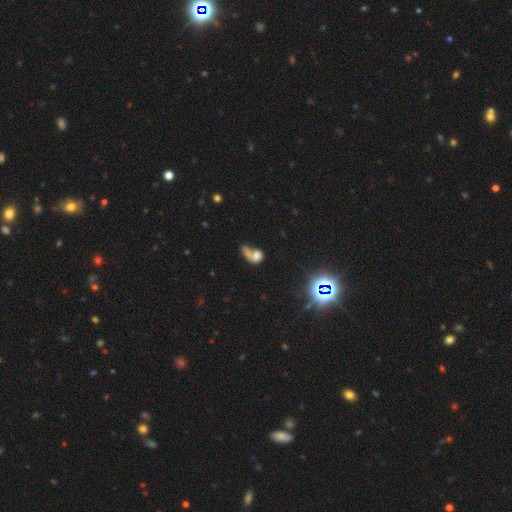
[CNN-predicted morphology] smooth-or-featured: smooth: 57% | featured or disk: 24% | star or artifact: 19%
  how-rounded: in between: 57% | round: 39% | cigar-shaped: 4%
  merging: merger: 44% | major disturbance: 25% | none: 20% | minor disturbance: 12%